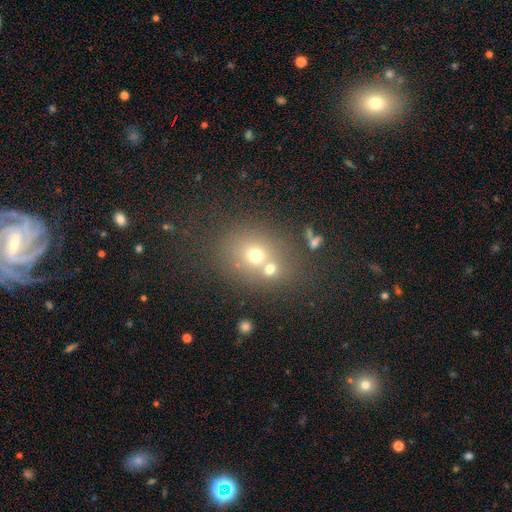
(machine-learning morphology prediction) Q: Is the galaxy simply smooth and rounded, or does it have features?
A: smooth — 63%.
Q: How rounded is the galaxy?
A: round — 62%.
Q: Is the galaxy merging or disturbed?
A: none — 50%.